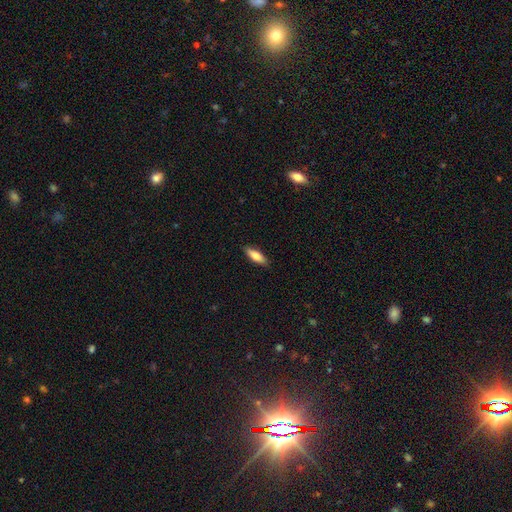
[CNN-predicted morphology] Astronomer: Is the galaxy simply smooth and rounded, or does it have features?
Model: smooth — 75%.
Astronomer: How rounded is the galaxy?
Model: in between — 55% (runner-up: cigar-shaped, 43%).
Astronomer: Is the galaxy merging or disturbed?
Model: none — 88%.